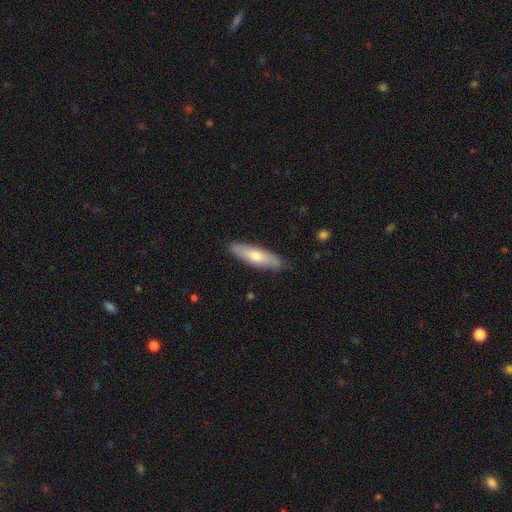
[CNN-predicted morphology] The model was most divided on "how rounded": cigar-shaped: 63%, in between: 36%, round: 2%. More confident: merging — none (86%); smooth or featured — smooth (66%).